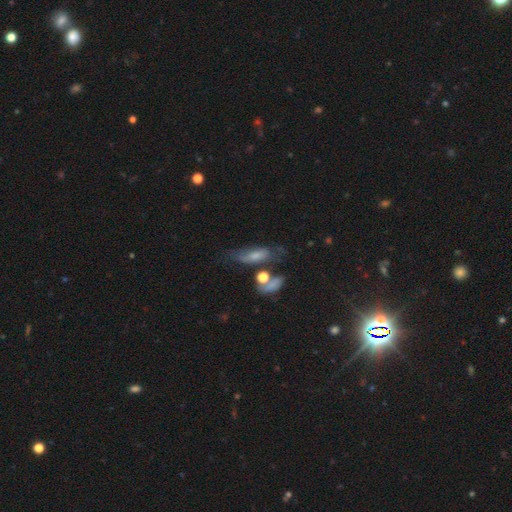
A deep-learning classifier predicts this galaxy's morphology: The model was most divided on "smooth or featured": smooth: 53%, featured or disk: 35%, star or artifact: 12%. Remaining: how rounded — in between (59%); merging — none (43%).